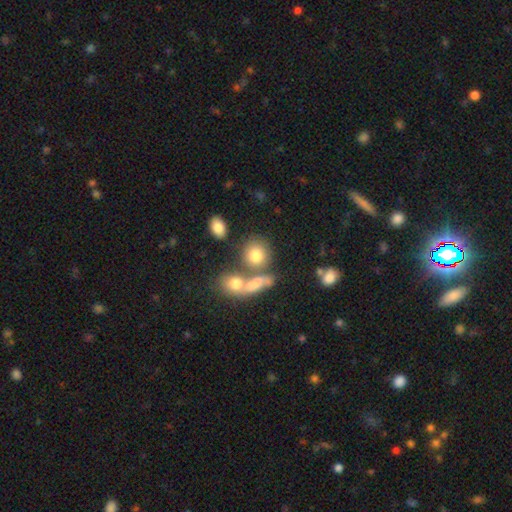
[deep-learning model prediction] Smooth or featured? smooth (76%)
How rounded? round (73%)
Merging? none (52%)